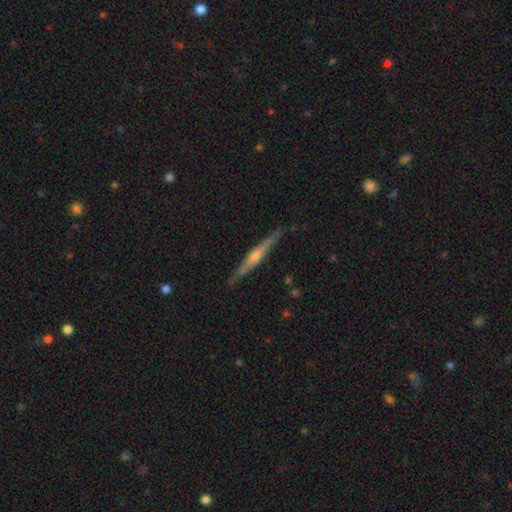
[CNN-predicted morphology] A featured or disk galaxy (79%) viewed edge-on (98%) with a rounded central bulge (82%). Merging: none (88%).